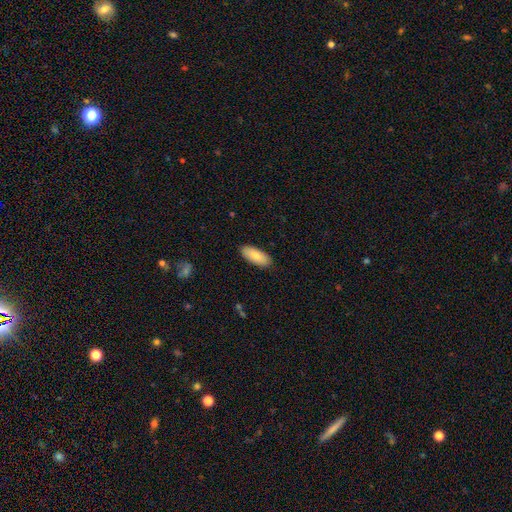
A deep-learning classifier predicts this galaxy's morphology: smooth-or-featured: smooth: 83% | featured or disk: 11% | star or artifact: 6%
  how-rounded: in between: 83% | cigar-shaped: 16% | round: 2%
  merging: none: 89% | minor disturbance: 9% | major disturbance: 2% | merger: 1%